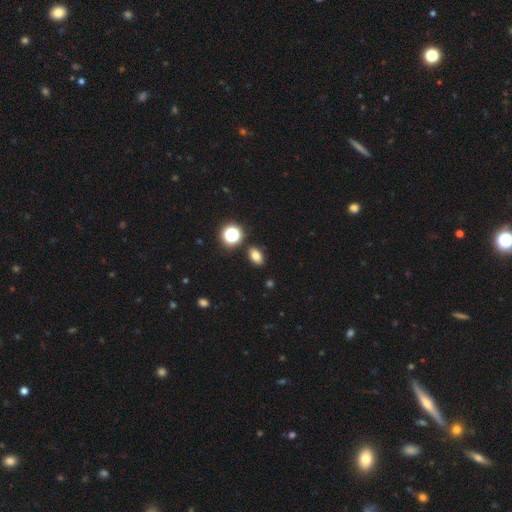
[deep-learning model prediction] Morphology: type=smooth (77%); roundness=in between (79%); merging=none (86%).